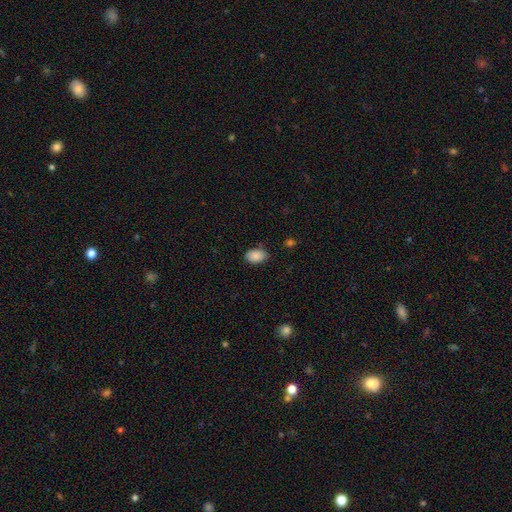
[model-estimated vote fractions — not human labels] smooth_or_featured: smooth (p=0.87) [alt: star or artifact p=0.08]
how_rounded: in between (p=0.88) [alt: round p=0.11]
merging: none (p=0.78) [alt: minor disturbance p=0.17]